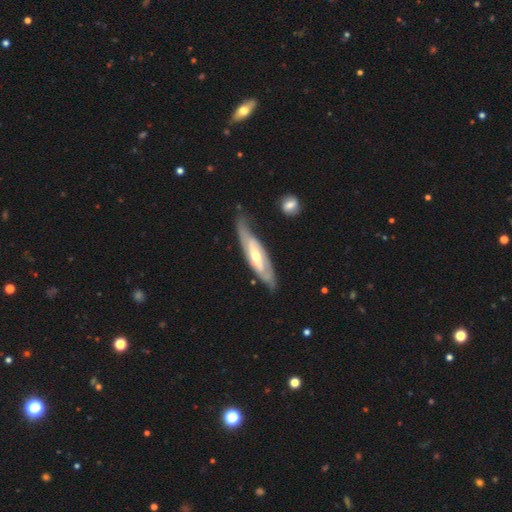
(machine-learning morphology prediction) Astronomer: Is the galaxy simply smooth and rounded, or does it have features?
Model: featured or disk — 79%.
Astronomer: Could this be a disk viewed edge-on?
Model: no — 74%.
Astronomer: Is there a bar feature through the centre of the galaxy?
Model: weak — 41% (runner-up: strong, 32%).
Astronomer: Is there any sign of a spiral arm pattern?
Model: yes — 89%.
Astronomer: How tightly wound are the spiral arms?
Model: tight — 45% (runner-up: medium, 40%).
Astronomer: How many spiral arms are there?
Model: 2 — 69%.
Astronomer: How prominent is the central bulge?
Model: moderate — 52% (runner-up: small, 42%).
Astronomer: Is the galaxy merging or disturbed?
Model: none — 68%.